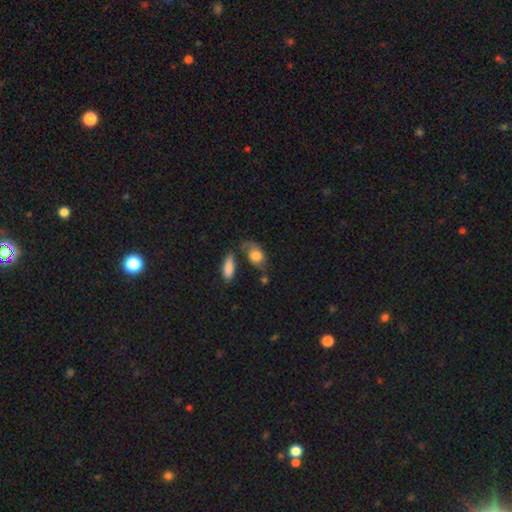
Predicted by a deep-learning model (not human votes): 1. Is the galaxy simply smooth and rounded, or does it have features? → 65% smooth, 26% featured or disk, 8% star or artifact.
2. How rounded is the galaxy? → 77% in between, 19% round, 4% cigar-shaped.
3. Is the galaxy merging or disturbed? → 36% none, 24% minor disturbance, 22% major disturbance, 17% merger.